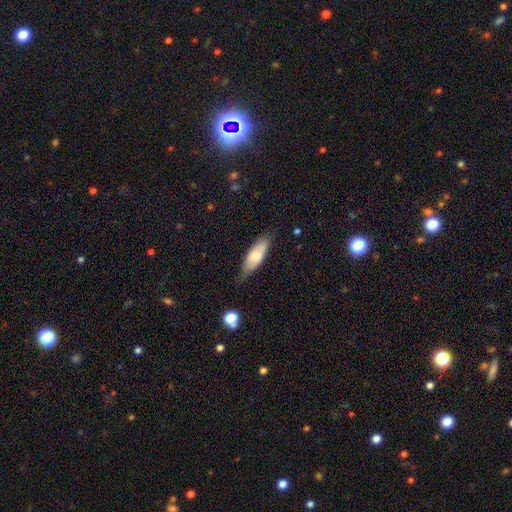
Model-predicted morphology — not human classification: type=smooth (70%); roundness=in between (63%); merging=none (67%).